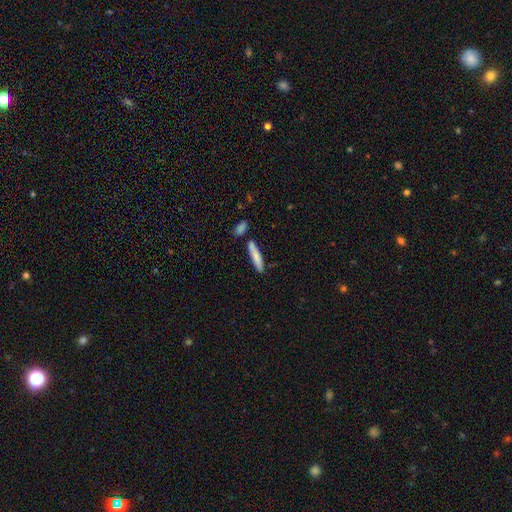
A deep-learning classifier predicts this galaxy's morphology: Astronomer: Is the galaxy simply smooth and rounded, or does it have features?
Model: smooth — 79%.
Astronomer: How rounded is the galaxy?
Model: cigar-shaped — 83%.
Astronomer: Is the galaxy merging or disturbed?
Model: none — 74%.